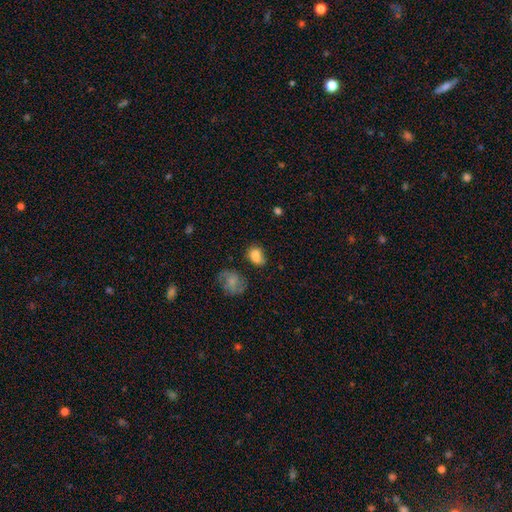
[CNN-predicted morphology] The model was most divided on "merging": none: 44%, minor disturbance: 30%, major disturbance: 14%, merger: 12%. More confident: smooth or featured — smooth (79%); how rounded — in between (62%).